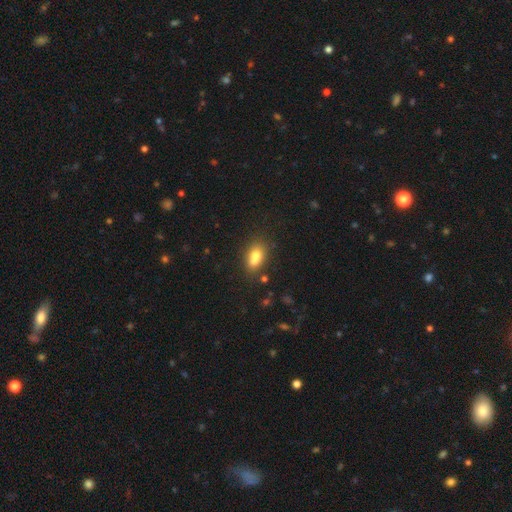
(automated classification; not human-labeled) smooth-or-featured: smooth: 75% | featured or disk: 15% | star or artifact: 11%
  how-rounded: in between: 79% | round: 16% | cigar-shaped: 5%
  merging: none: 46% | merger: 32% | minor disturbance: 16% | major disturbance: 6%